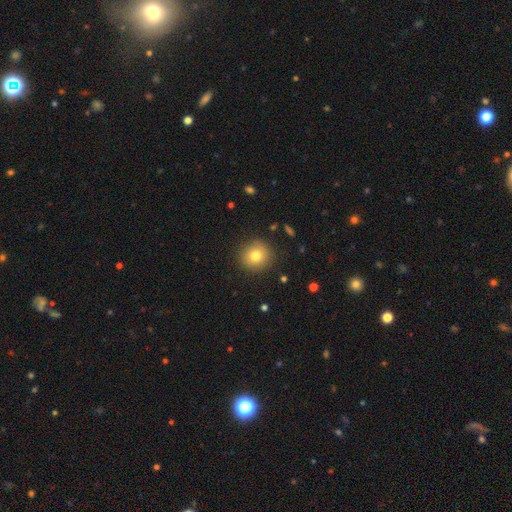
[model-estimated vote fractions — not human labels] Morphology: type=smooth (79%); roundness=round (91%); merging=none (88%).